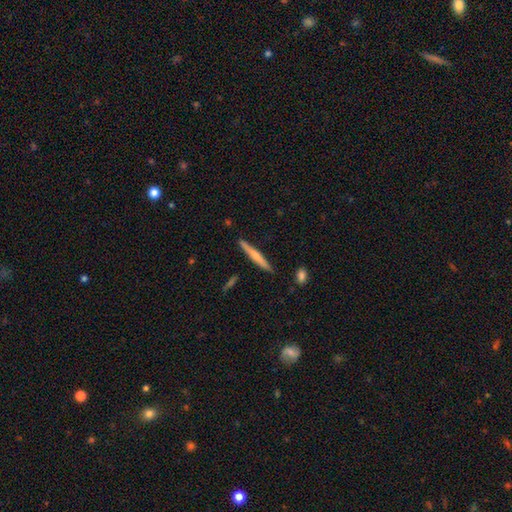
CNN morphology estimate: smooth_or_featured: smooth (p=0.54) [alt: featured or disk p=0.41]
how_rounded: cigar-shaped (p=0.95) [alt: in between p=0.04]
merging: none (p=0.87) [alt: minor disturbance p=0.09]